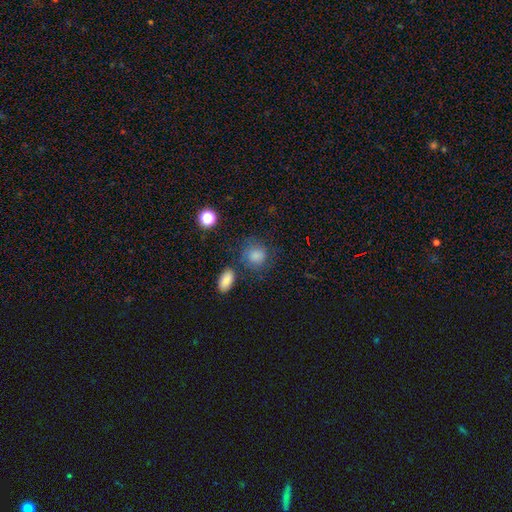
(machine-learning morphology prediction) Smooth or featured? smooth (80%)
How rounded? round (74%)
Merging? none (66%)